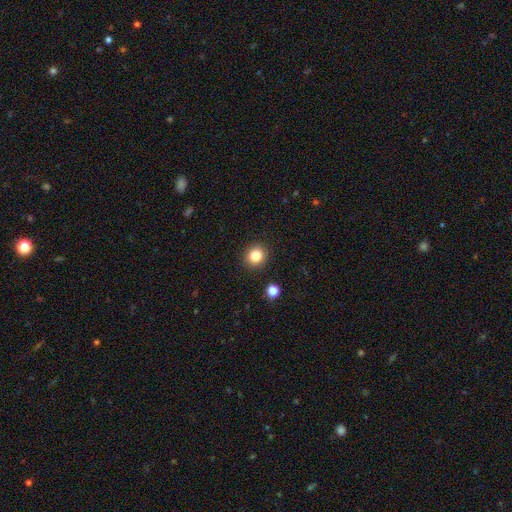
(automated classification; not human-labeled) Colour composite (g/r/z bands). It shows a smooth galaxy with no disk features (83%) that is round (89%). Merging: none (91%).